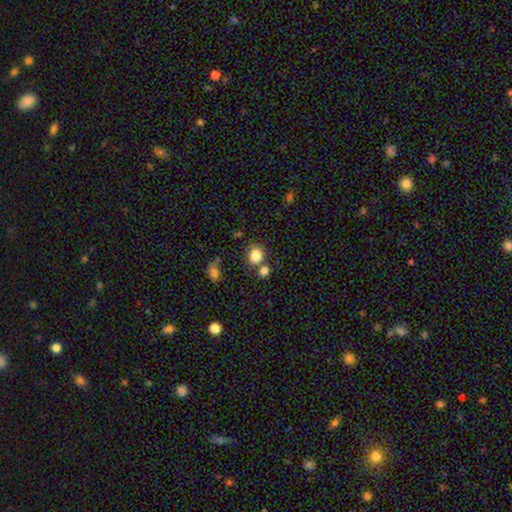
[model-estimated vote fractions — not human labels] smooth_or_featured: smooth (p=0.84) [alt: star or artifact p=0.11]
how_rounded: round (p=0.61) [alt: in between p=0.38]
merging: none (p=0.66) [alt: merger p=0.19]